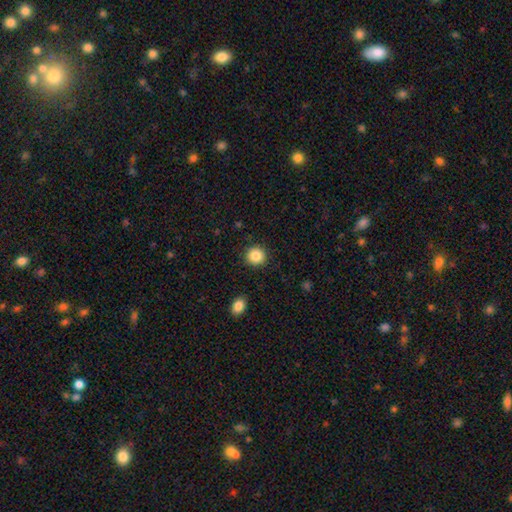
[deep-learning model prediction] Overall: smooth (86%). How rounded: round (92%). Merging: none (91%).